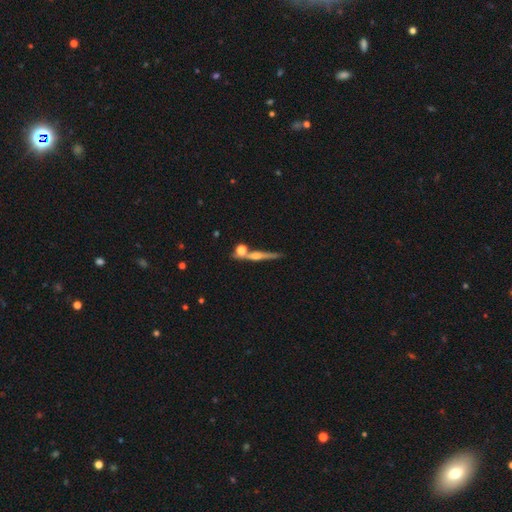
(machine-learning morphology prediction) type=featured or disk (61%); edge-on=yes (94%); edge-on bulge=rounded (72%); merging=none (71%).